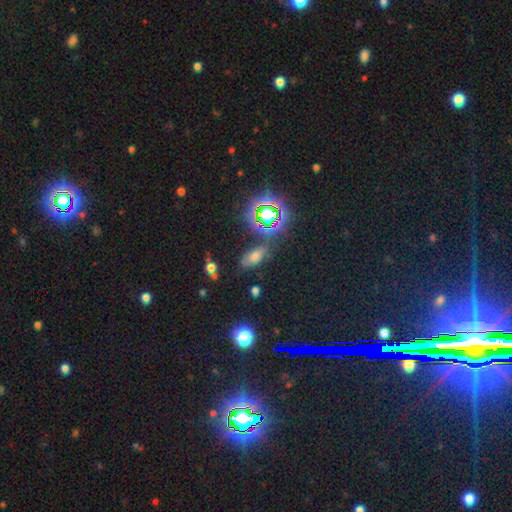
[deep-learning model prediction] A smooth galaxy with no disk features (53%) that is in between round and cigar-shaped (76%).

Vote fractions:
- Smooth or featured? smooth: 53% / star or artifact: 35% / featured or disk: 12%
- How rounded? in between: 76% / cigar-shaped: 14% / round: 10%
- Merging? none: 75% / minor disturbance: 15% / major disturbance: 6% / merger: 5%